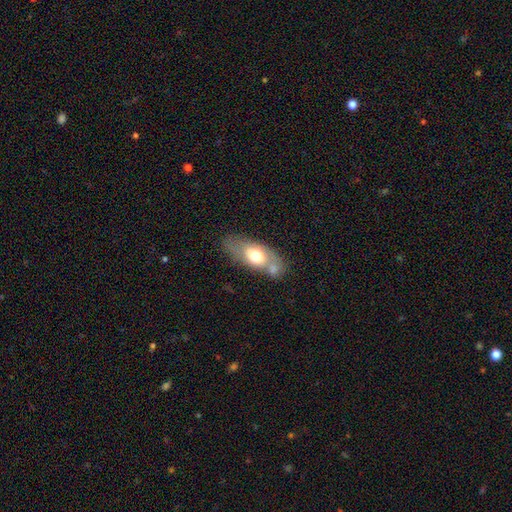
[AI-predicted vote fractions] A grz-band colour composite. It shows a smooth galaxy with no disk features (58%) that is in between round and cigar-shaped (84%). Merging: none (55%).